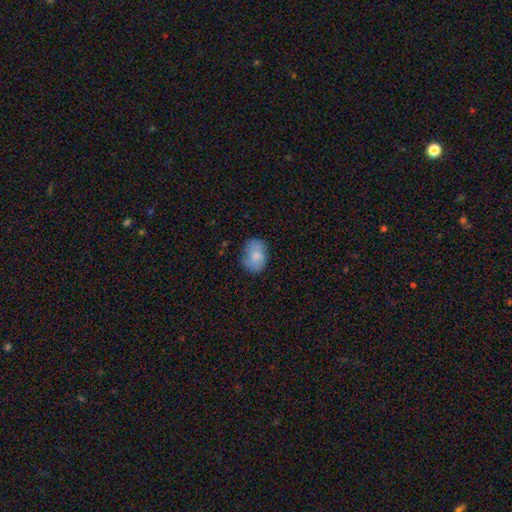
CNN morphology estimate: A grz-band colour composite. It shows a smooth galaxy with no disk features (76%) that is in between round and cigar-shaped (71%). Merging: none (69%).